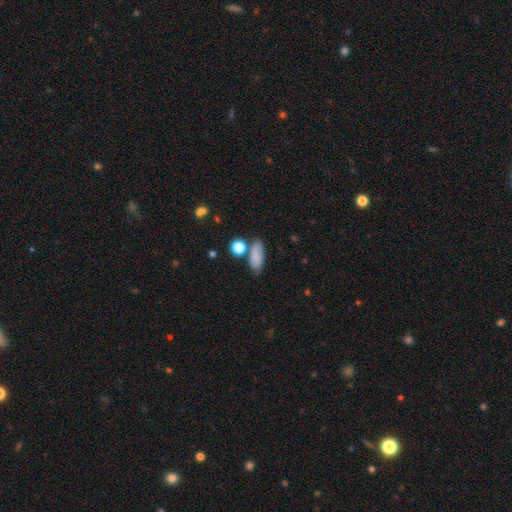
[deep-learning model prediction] Smooth or featured?
  - smooth: 81% *
  - featured or disk: 10%
  - star or artifact: 8%
How rounded?
  - in between: 76% *
  - cigar-shaped: 17%
  - round: 7%
Merging?
  - none: 68% *
  - minor disturbance: 15%
  - merger: 12%
  - major disturbance: 4%